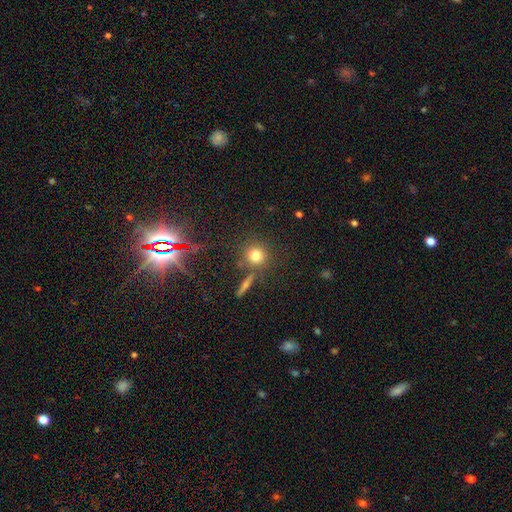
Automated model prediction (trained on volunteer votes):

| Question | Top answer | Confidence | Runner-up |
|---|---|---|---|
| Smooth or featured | smooth | 74% | star or artifact (17%) |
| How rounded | round | 91% | in between (8%) |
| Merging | none | 76% | merger (11%) |